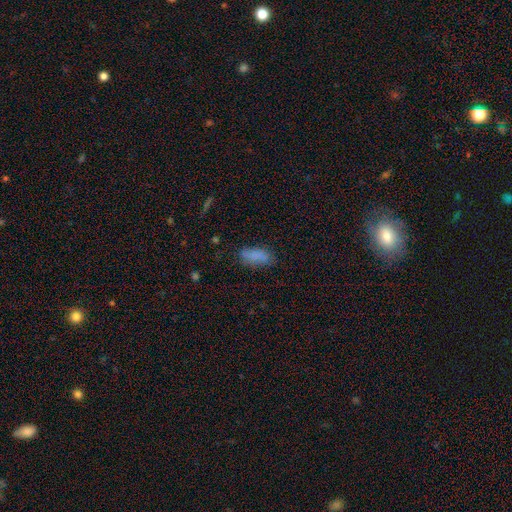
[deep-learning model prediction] Smooth or featured?
  - smooth: 82% *
  - star or artifact: 9%
  - featured or disk: 9%
How rounded?
  - in between: 82% *
  - cigar-shaped: 15%
  - round: 3%
Merging?
  - none: 72% *
  - minor disturbance: 20%
  - major disturbance: 6%
  - merger: 2%